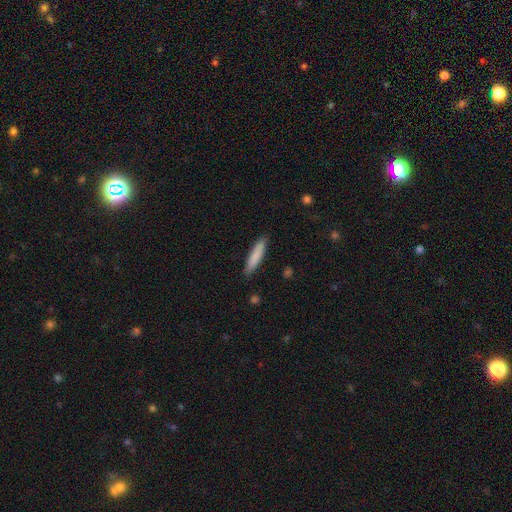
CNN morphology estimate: A smooth galaxy with no disk features (83%) that is cigar-shaped (86%). Merging: none (87%).